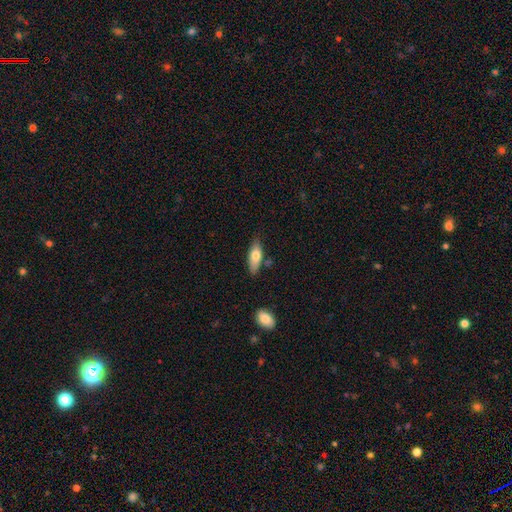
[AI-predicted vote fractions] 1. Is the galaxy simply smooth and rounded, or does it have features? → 70% smooth, 23% featured or disk, 6% star or artifact.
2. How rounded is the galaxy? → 70% in between, 27% cigar-shaped, 3% round.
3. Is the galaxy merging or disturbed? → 75% none, 17% minor disturbance, 6% merger, 3% major disturbance.